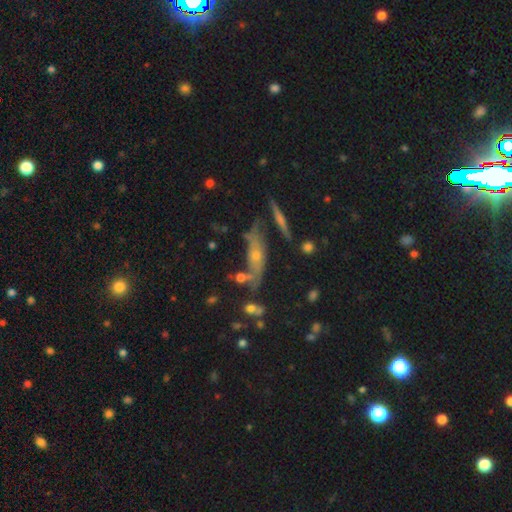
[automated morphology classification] Overall: featured or disk (52%; smooth 32%). Edge-on disk: yes (52%; no 48%). Merging: none (56%; minor disturbance 20%).